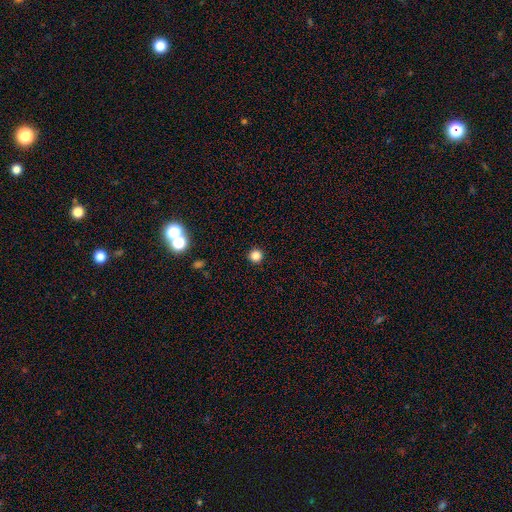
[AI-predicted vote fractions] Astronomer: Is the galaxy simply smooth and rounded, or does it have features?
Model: smooth — 84%.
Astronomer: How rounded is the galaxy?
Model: round — 96%.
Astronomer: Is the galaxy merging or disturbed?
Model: none — 93%.